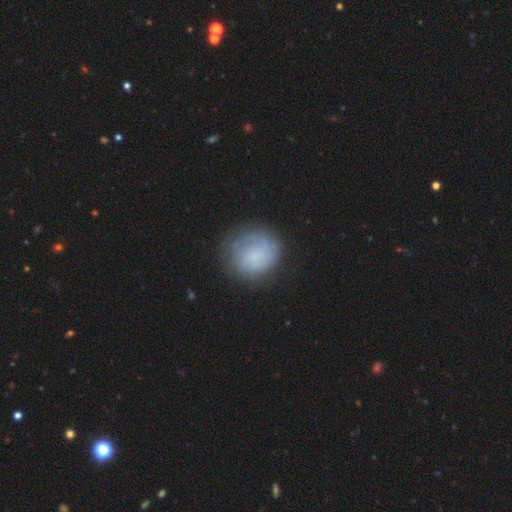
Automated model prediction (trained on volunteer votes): This is possibly a smooth galaxy (57%). How rounded: clearly round (81%). Merging: likely none (68%).